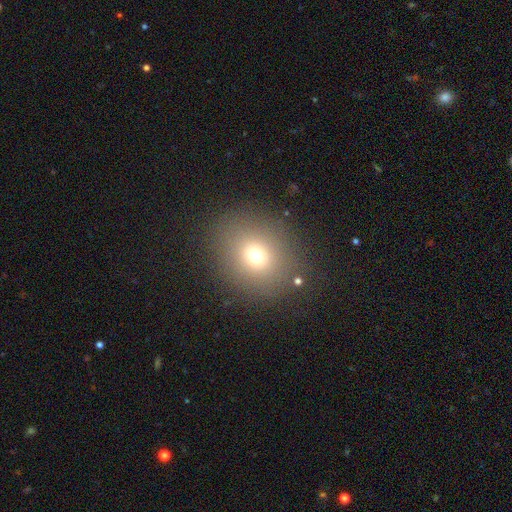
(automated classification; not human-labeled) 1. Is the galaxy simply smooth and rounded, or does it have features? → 70% smooth, 18% star or artifact, 13% featured or disk.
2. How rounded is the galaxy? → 71% round, 28% in between, 1% cigar-shaped.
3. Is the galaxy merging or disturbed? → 84% none, 9% minor disturbance, 5% major disturbance, 2% merger.